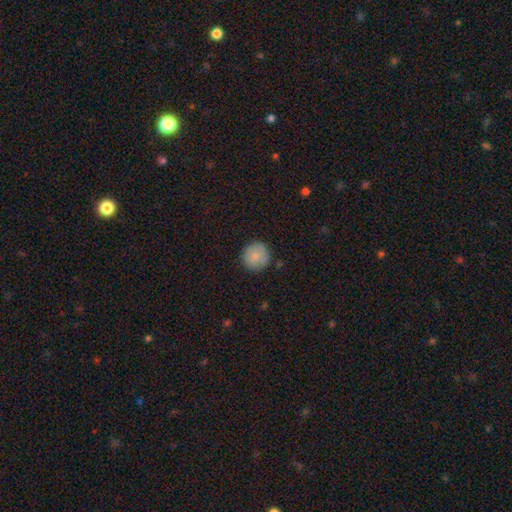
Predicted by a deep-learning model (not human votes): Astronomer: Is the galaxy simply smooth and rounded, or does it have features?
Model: smooth — 85%.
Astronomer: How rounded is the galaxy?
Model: round — 94%.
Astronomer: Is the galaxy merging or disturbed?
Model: none — 86%.